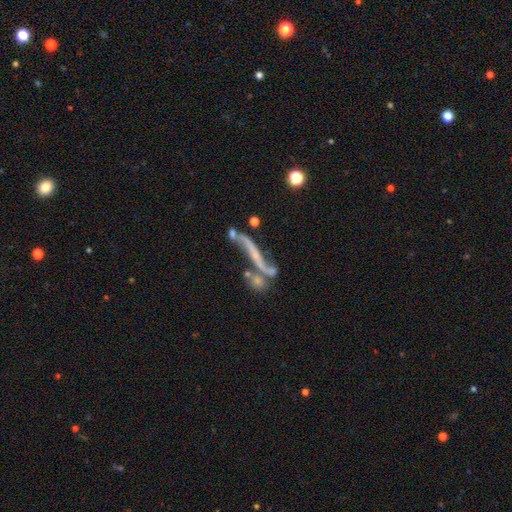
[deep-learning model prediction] A featured or disk galaxy (67%) viewed edge-on (53%). Merging: none (34%).